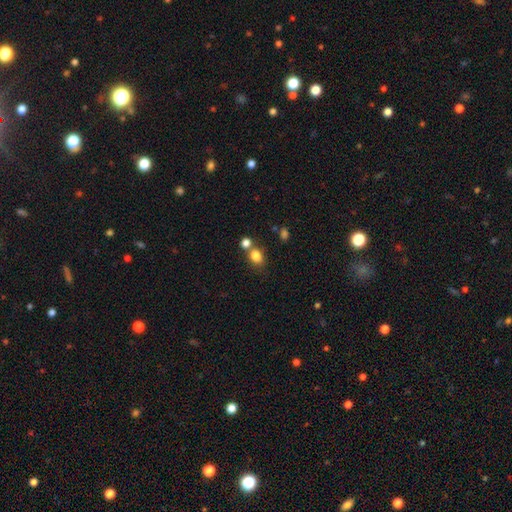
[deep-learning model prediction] Smooth or featured: smooth — 81% (star or artifact — 12%)
How rounded: in between — 50% (round — 49%)
Merging: none — 58% (merger — 26%)